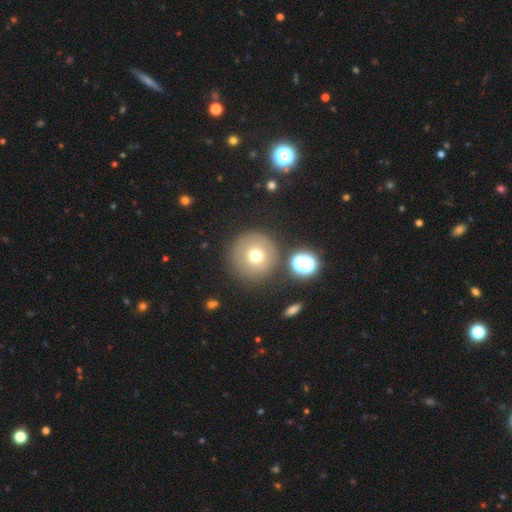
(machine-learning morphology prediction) Smooth or featured: smooth — 67% (featured or disk — 20%)
How rounded: round — 95% (in between — 4%)
Merging: none — 80% (minor disturbance — 9%)